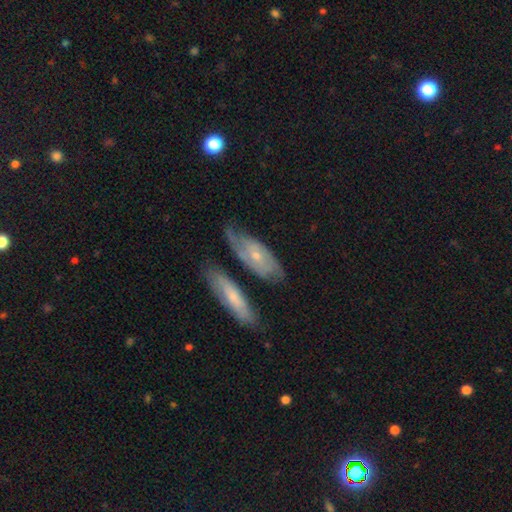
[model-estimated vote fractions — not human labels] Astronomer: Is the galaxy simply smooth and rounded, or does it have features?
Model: featured or disk — 68%.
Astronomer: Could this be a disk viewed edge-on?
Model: no — 85%.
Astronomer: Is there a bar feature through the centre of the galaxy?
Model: no — 71%.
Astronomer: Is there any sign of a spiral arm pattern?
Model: yes — 84%.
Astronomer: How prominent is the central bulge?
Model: small — 66%.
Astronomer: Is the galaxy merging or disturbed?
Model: none — 56%.